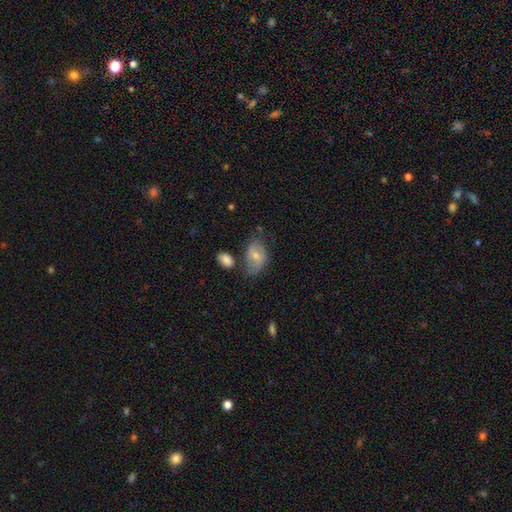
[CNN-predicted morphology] smooth_or_featured: smooth (p=0.59) [alt: featured or disk p=0.33]
how_rounded: in between (p=0.86) [alt: round p=0.12]
merging: none (p=0.50) [alt: minor disturbance p=0.28]